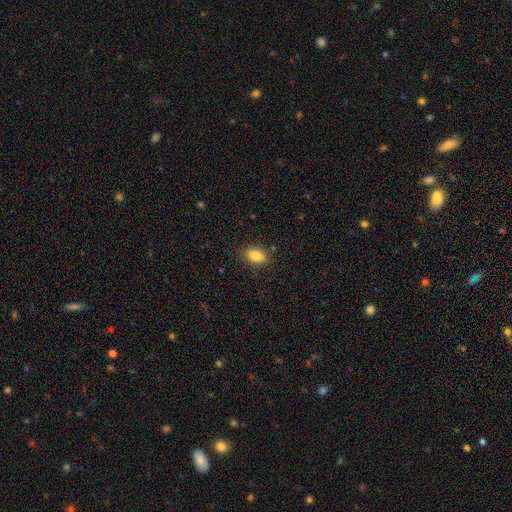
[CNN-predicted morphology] smooth_or_featured: smooth (p=0.84) [alt: star or artifact p=0.09]
how_rounded: in between (p=0.86) [alt: round p=0.11]
merging: none (p=0.86) [alt: minor disturbance p=0.10]